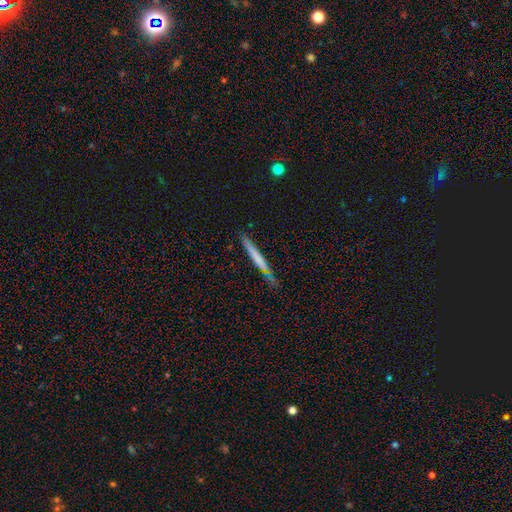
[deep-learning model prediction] The model was most divided on "smooth or featured": smooth: 56%, featured or disk: 38%, star or artifact: 7%. More confident: how rounded — cigar-shaped (97%); merging — none (85%).